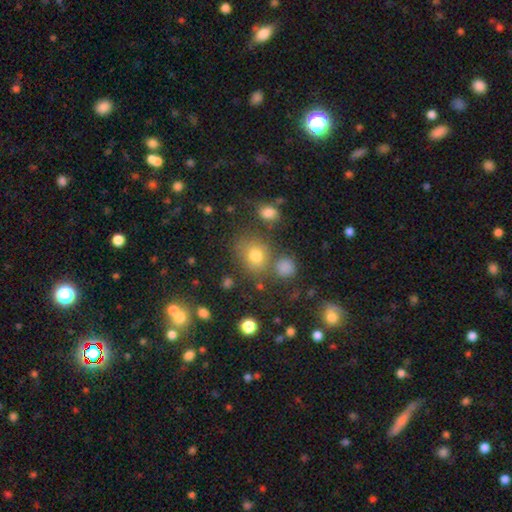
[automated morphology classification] Smooth or featured: smooth — 73% (star or artifact — 18%)
How rounded: round — 69% (in between — 30%)
Merging: none — 69% (minor disturbance — 14%)